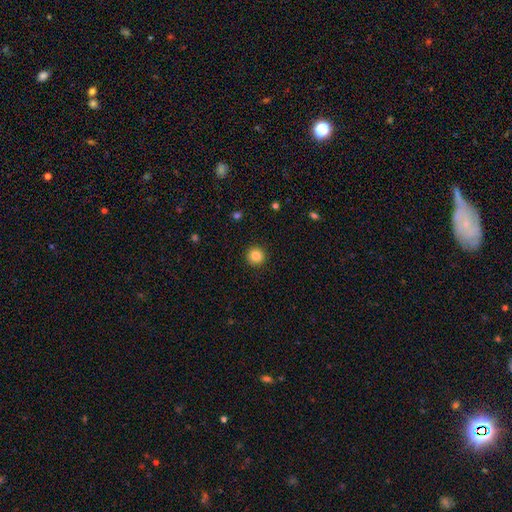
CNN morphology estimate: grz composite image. It shows a smooth galaxy with no disk features (85%) that is round (95%). Merging: none (93%).